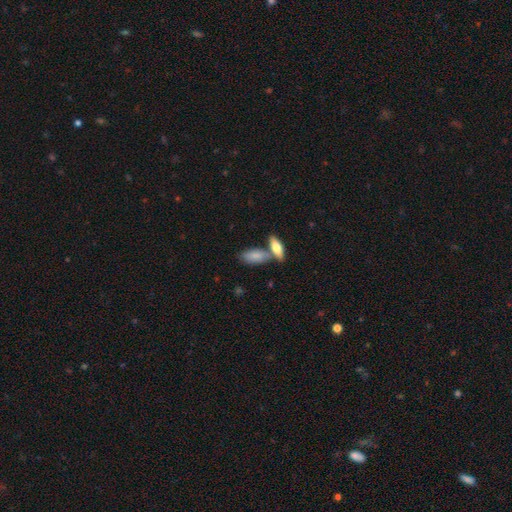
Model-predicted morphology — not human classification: Overall: smooth (81%). How rounded: in between (84%). Merging: none (51%; merger 31%).